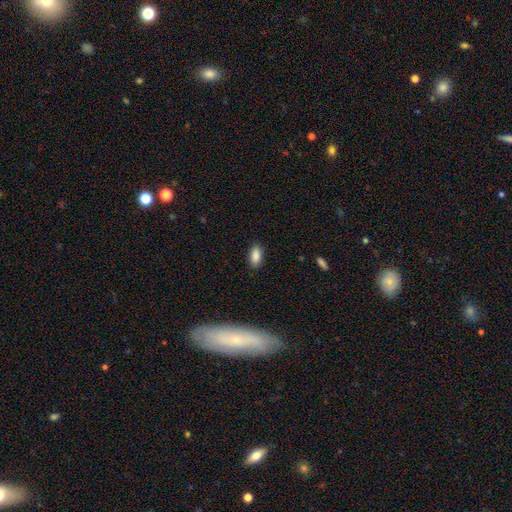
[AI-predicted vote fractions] smooth 87%, star or artifact 8%, featured or disk 5%. Down the decision tree: how rounded — in between (90%); merging — none (88%).